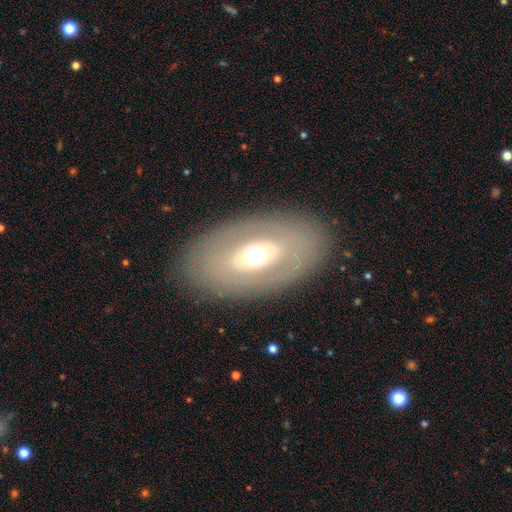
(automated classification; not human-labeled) This is possibly a featured or disk galaxy (52%). It is clearly not viewed edge-on (87%). Merging: clearly none (84%).